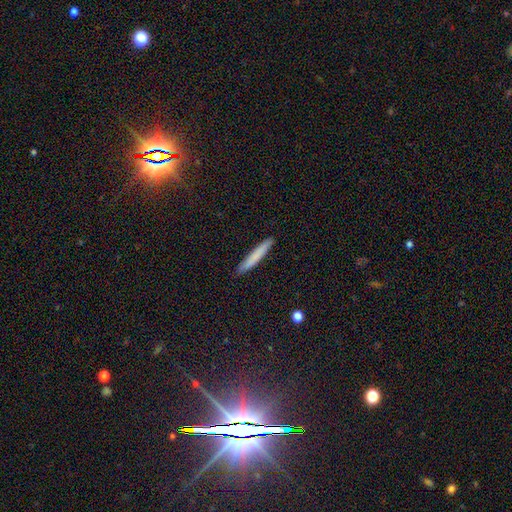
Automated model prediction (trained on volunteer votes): A smooth galaxy with no disk features (76%) that is cigar-shaped (96%). Merging: none (91%).